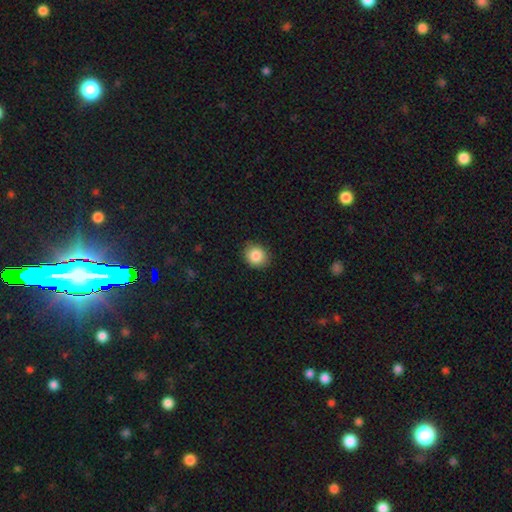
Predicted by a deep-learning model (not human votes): Smooth or featured?
  - smooth: 86% *
  - star or artifact: 9%
  - featured or disk: 5%
How rounded?
  - round: 78% *
  - in between: 21%
  - cigar-shaped: 1%
Merging?
  - none: 89% *
  - minor disturbance: 8%
  - major disturbance: 2%
  - merger: 1%